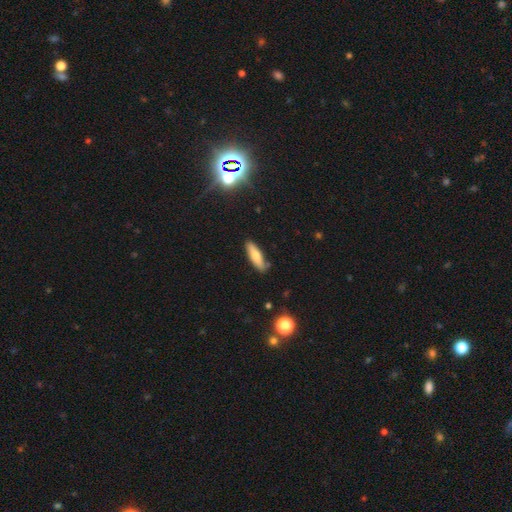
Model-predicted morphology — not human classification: Smooth or featured? Predicted: smooth (p=0.71). How rounded? Predicted: cigar-shaped (p=0.62). Merging? Predicted: none (p=0.81).